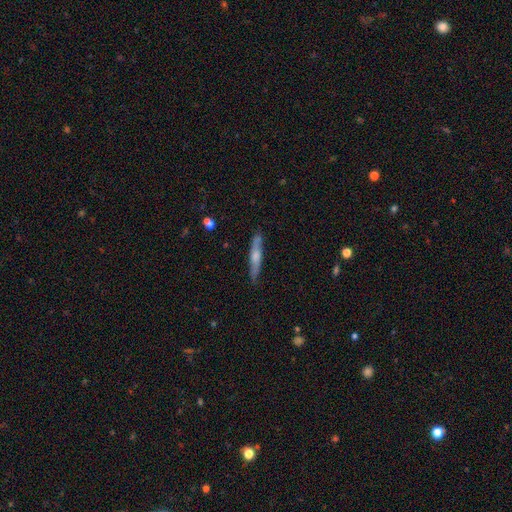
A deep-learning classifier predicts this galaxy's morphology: Smooth or featured?
  - featured or disk: 48% *
  - smooth: 47%
  - star or artifact: 6%
Merging?
  - none: 85% *
  - minor disturbance: 12%
  - major disturbance: 2%
  - merger: 2%